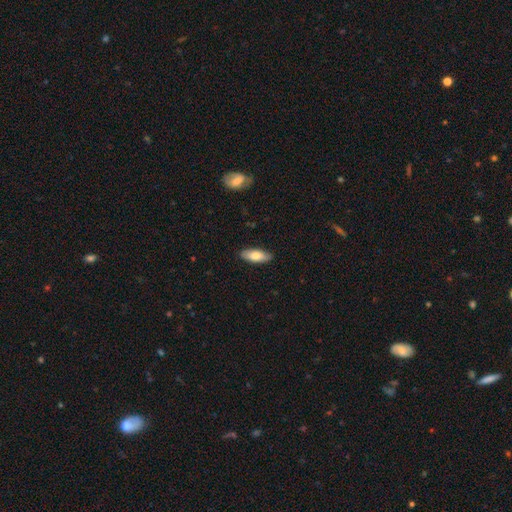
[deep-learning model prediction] Smooth or featured? smooth (78%)
How rounded? in between (74%)
Merging? none (87%)